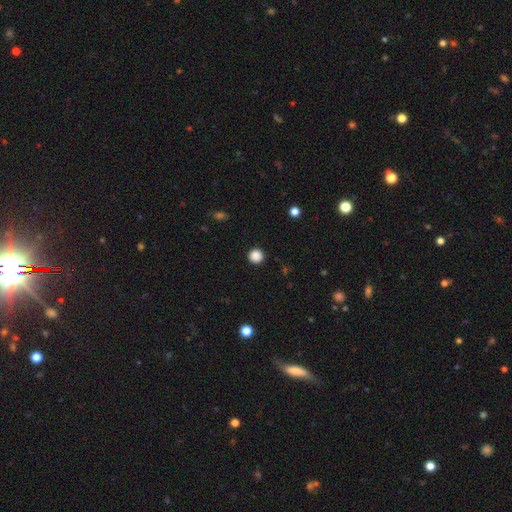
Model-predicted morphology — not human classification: Smooth or featured: smooth — 87% (star or artifact — 11%)
How rounded: round — 95% (in between — 4%)
Merging: none — 92% (minor disturbance — 5%)